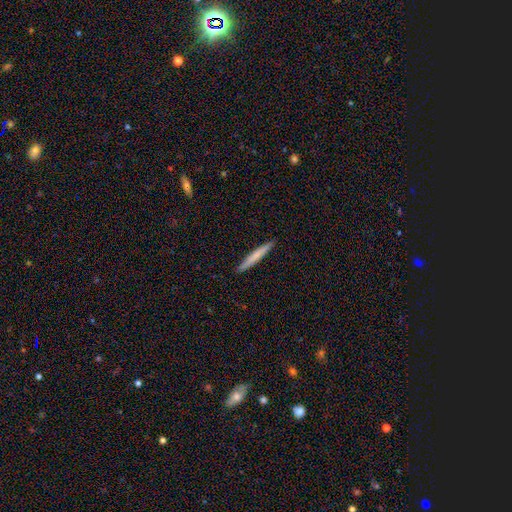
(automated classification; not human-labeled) The model was most divided on "smooth or featured": smooth: 71%, featured or disk: 24%, star or artifact: 5%. More confident: how rounded — cigar-shaped (96%); merging — none (92%).